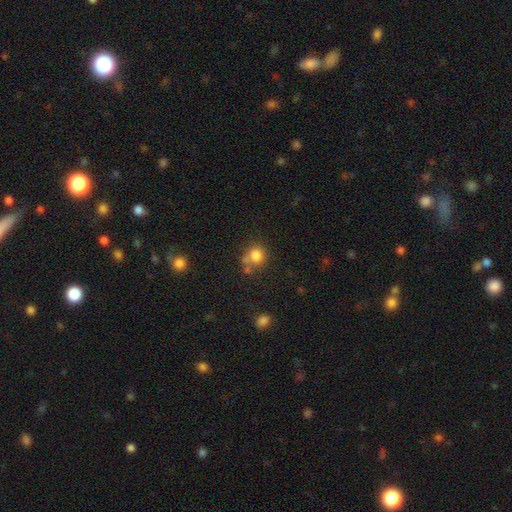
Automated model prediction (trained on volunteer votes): Morphology: type=smooth (81%); roundness=round (85%); merging=none (58%).